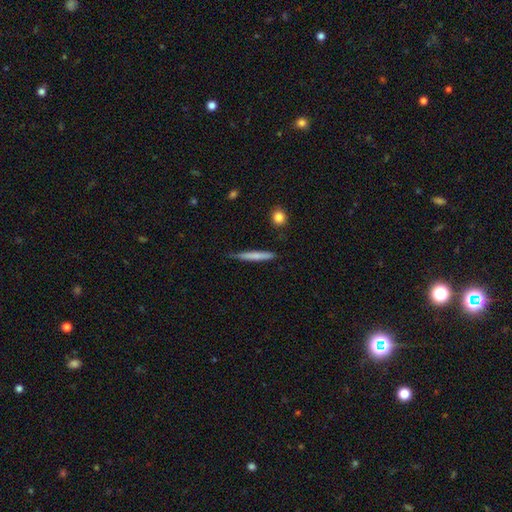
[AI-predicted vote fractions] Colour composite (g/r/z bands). It shows a smooth galaxy with no disk features (68%) that is cigar-shaped (95%). Merging: none (77%).